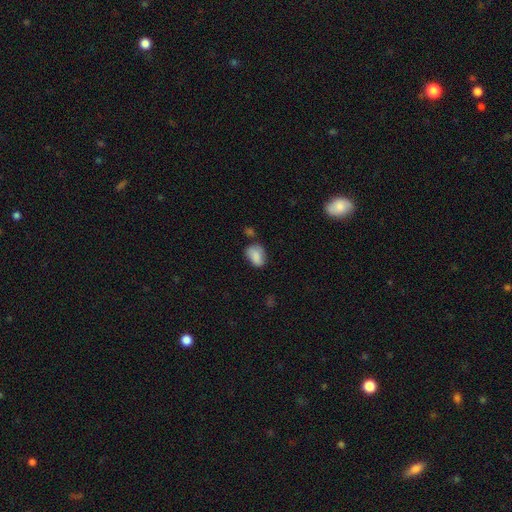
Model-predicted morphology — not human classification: Smooth or featured? Predicted: smooth (p=0.80). How rounded? Predicted: in between (p=0.79). Merging? Predicted: none (p=0.52).